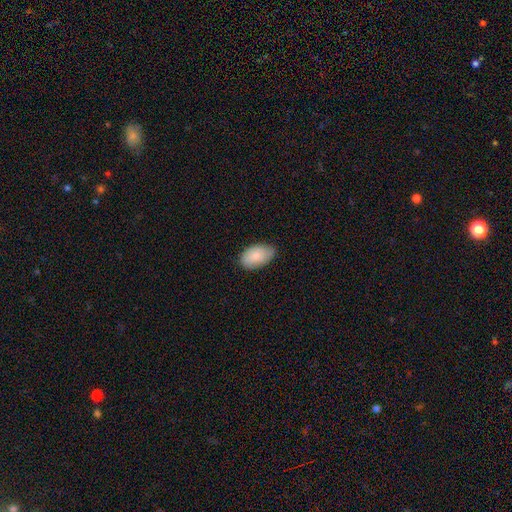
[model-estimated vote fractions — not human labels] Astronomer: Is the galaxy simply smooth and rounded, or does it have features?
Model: smooth — 85%.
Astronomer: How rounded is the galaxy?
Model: in between — 94%.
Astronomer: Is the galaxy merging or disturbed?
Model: none — 78%.